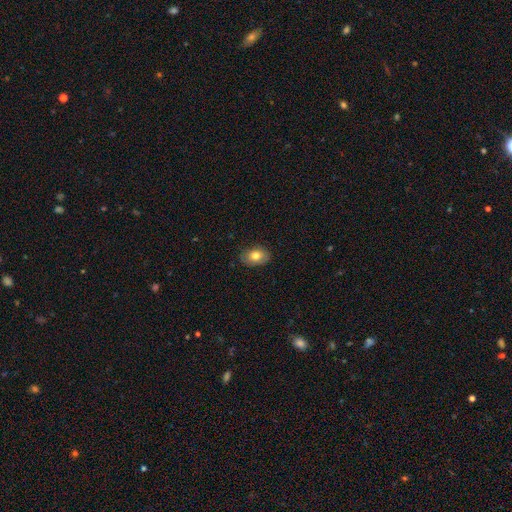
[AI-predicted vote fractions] smooth_or_featured: smooth (p=0.77) [alt: featured or disk p=0.15]
how_rounded: in between (p=0.81) [alt: round p=0.18]
merging: none (p=0.82) [alt: minor disturbance p=0.14]